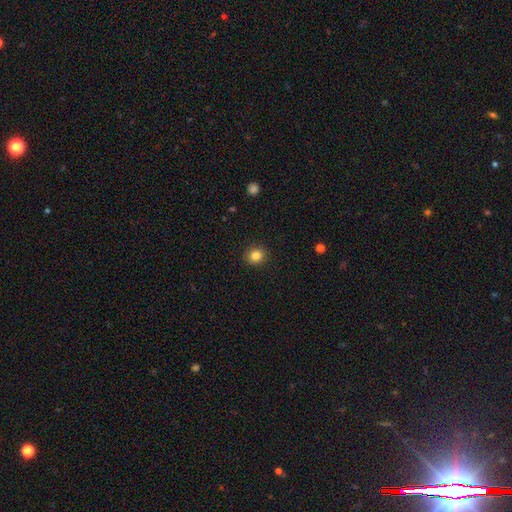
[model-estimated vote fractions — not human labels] A smooth galaxy with no disk features (83%) that is round (86%). Merging: none (92%).